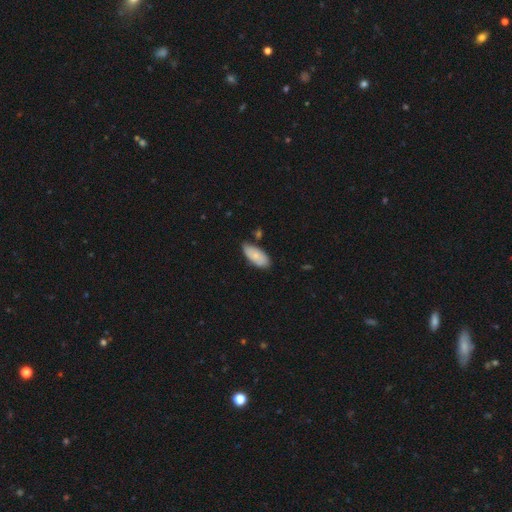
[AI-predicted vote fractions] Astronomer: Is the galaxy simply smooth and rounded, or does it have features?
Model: smooth — 74%.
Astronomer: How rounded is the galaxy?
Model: in between — 90%.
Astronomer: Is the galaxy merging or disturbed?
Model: none — 69%.